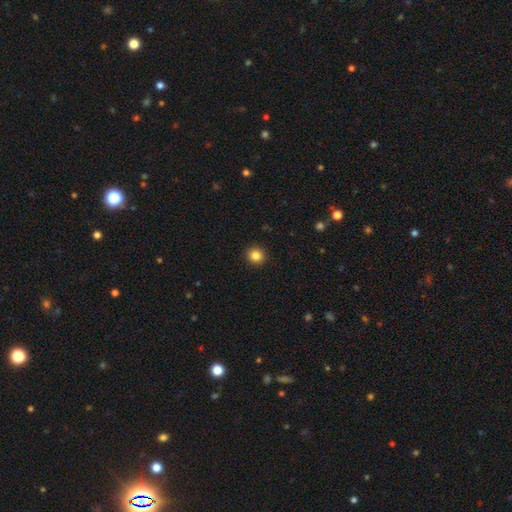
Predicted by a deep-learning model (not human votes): The model was most divided on "smooth or featured": smooth: 84%, star or artifact: 11%, featured or disk: 5%. More confident: how rounded — round (93%); merging — none (93%).